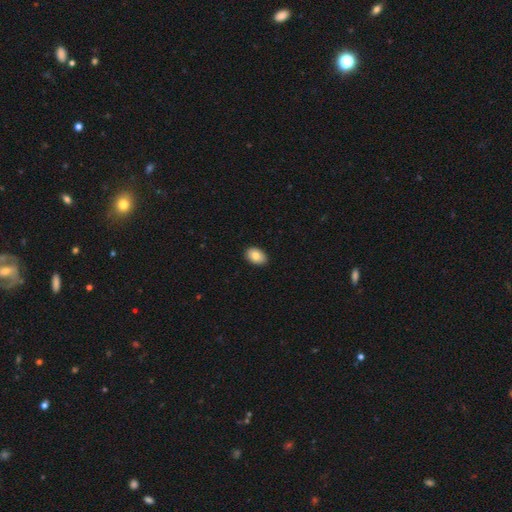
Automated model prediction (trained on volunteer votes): The model was most divided on "smooth or featured": smooth: 82%, featured or disk: 10%, star or artifact: 7%. More confident: merging — none (90%); how rounded — in between (86%).